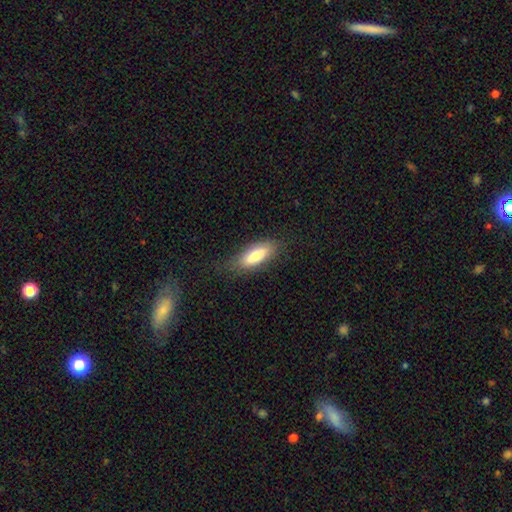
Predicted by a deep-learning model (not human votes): A smooth galaxy with no disk features (75%) that is in between round and cigar-shaped (69%). Merging: none (77%).